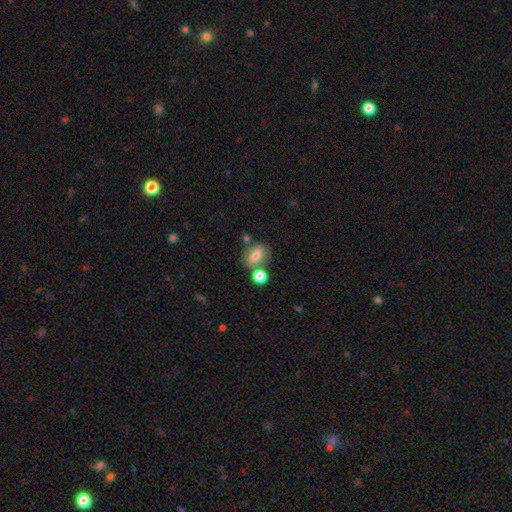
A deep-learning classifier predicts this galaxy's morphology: This appears to be a smooth galaxy with no disk features (66%) that is in between round and cigar-shaped (72%). Merging: none (57%).